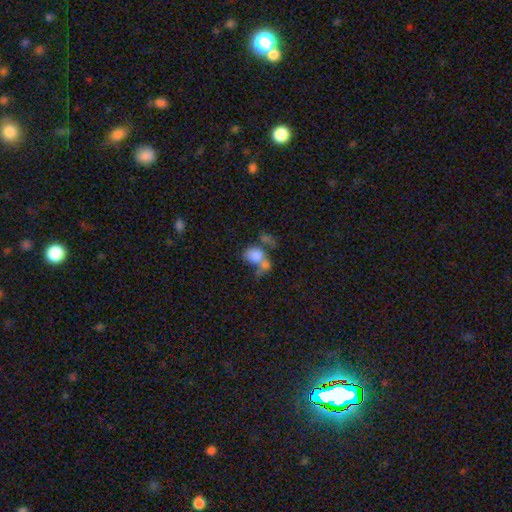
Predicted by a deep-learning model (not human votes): smooth_or_featured: smooth (p=0.75) [alt: featured or disk p=0.15]
how_rounded: in between (p=0.61) [alt: round p=0.37]
merging: merger (p=0.59) [alt: none p=0.21]